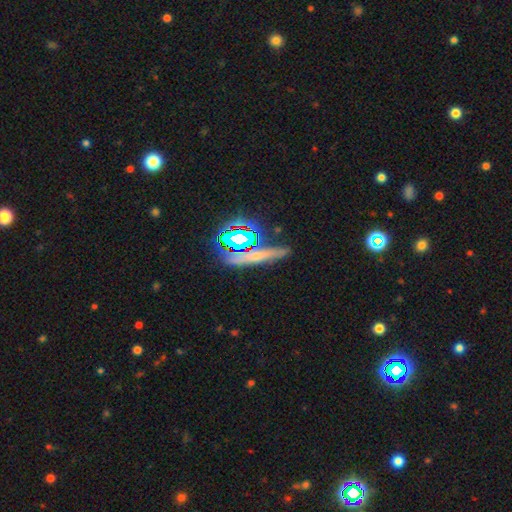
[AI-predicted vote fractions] Smooth or featured? Predicted: star or artifact (p=0.44).